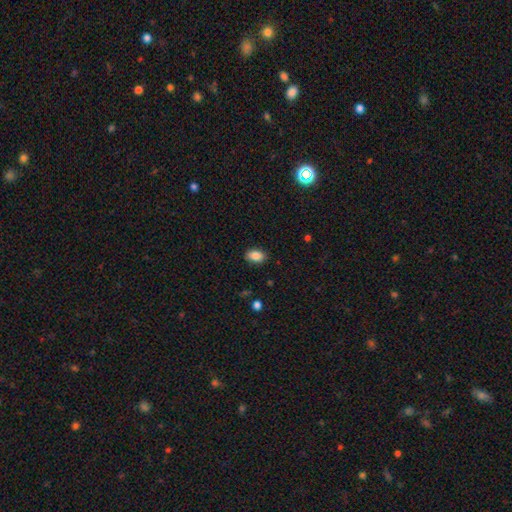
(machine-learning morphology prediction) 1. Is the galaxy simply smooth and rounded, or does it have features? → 86% smooth, 9% star or artifact, 6% featured or disk.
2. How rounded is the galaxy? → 86% in between, 13% round, 1% cigar-shaped.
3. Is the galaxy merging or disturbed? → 88% none, 9% minor disturbance, 2% major disturbance, 1% merger.